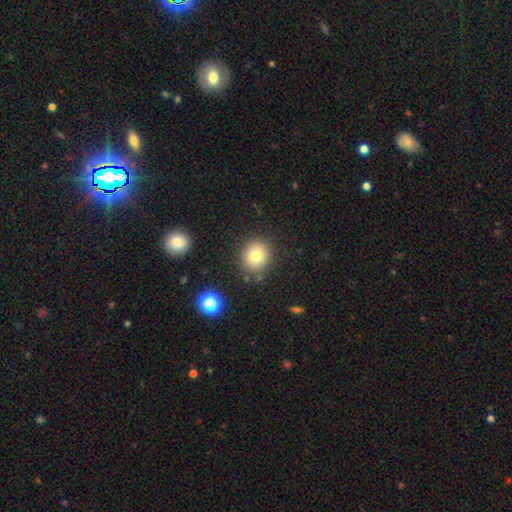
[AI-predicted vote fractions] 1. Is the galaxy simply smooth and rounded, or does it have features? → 77% smooth, 12% star or artifact, 11% featured or disk.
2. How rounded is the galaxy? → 84% round, 15% in between, 1% cigar-shaped.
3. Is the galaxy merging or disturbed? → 83% none, 10% minor disturbance, 3% merger, 3% major disturbance.